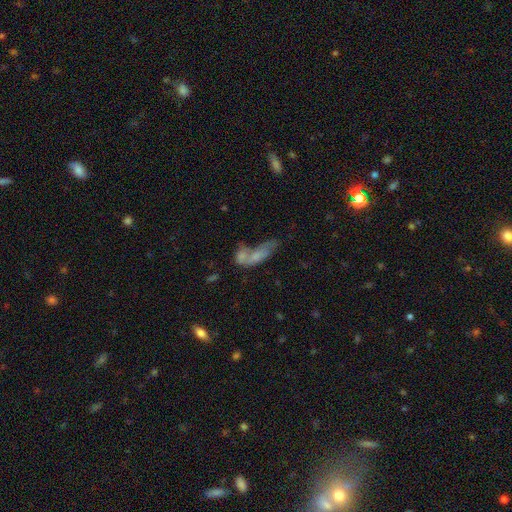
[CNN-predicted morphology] Smooth or featured: smooth — 58% (featured or disk — 30%)
How rounded: in between — 65% (cigar-shaped — 29%)
Merging: merger — 55% (none — 21%)